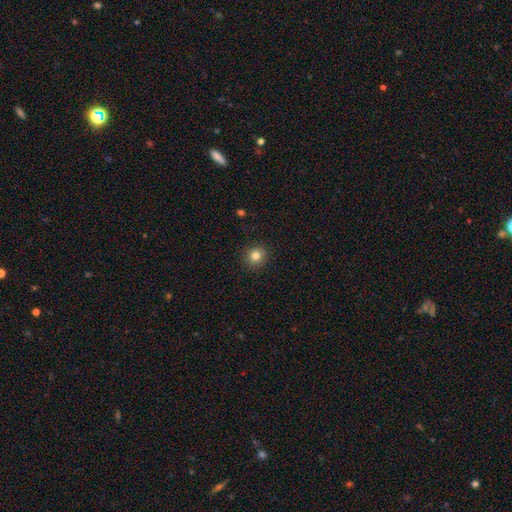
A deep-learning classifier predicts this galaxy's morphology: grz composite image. It shows a smooth galaxy with no disk features (82%) that is round (91%). Merging: none (91%).